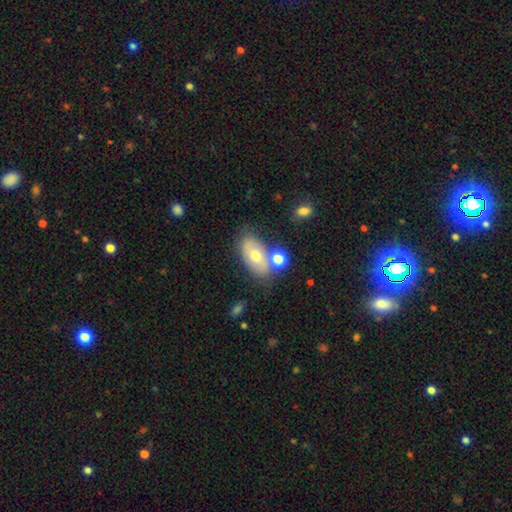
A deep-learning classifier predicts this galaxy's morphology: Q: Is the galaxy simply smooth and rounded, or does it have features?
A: smooth — 54%.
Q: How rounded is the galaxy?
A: in between — 88%.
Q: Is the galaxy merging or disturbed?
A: none — 61%.